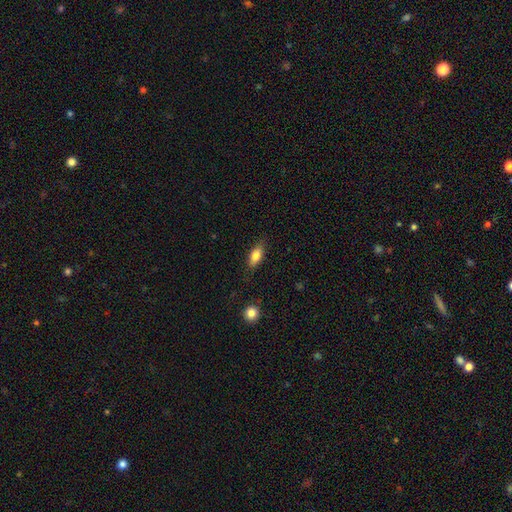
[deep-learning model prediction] smooth_or_featured: smooth (p=0.79) [alt: featured or disk p=0.14]
how_rounded: in between (p=0.79) [alt: cigar-shaped p=0.17]
merging: none (p=0.83) [alt: minor disturbance p=0.13]